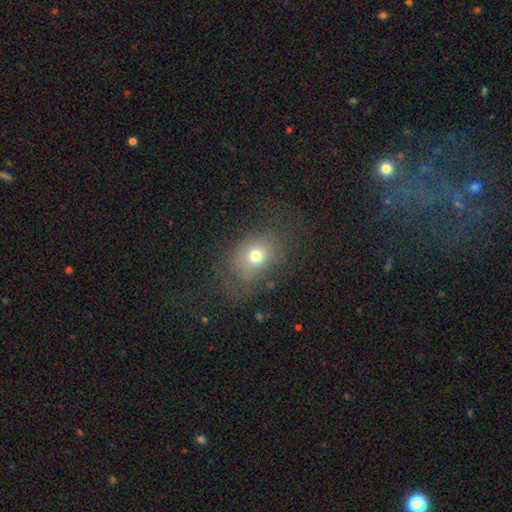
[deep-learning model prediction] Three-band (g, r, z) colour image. It shows a smooth galaxy with no disk features (69%) that is in between round and cigar-shaped (56%). Merging: none (63%).